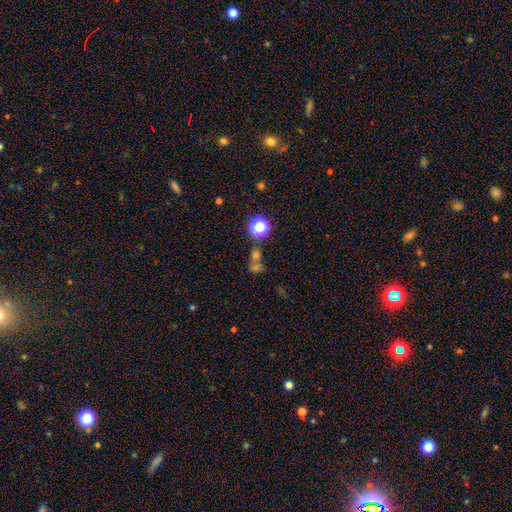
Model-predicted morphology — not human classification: This is possibly a smooth galaxy (49%). Merging: possibly none (49%).